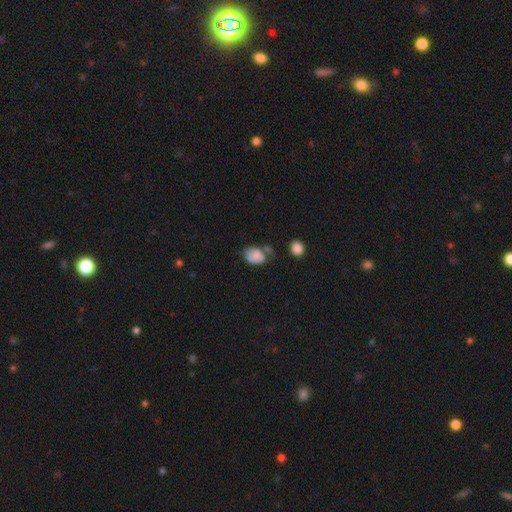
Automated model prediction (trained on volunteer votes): Smooth or featured? Predicted: smooth (p=0.81). How rounded? Predicted: in between (p=0.75). Merging? Predicted: none (p=0.40).